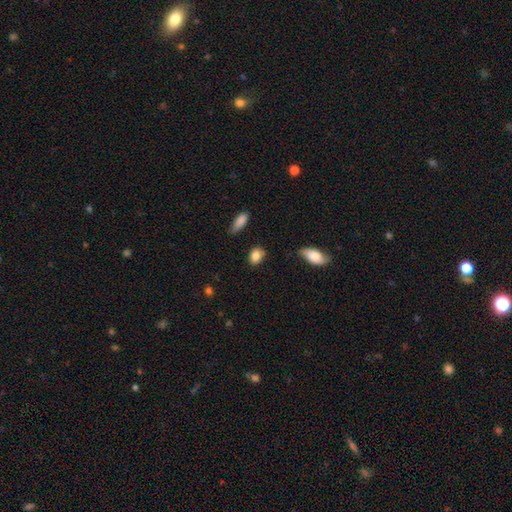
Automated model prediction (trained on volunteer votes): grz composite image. It shows a smooth galaxy with no disk features (86%) that is in between round and cigar-shaped (71%). Merging: none (77%).